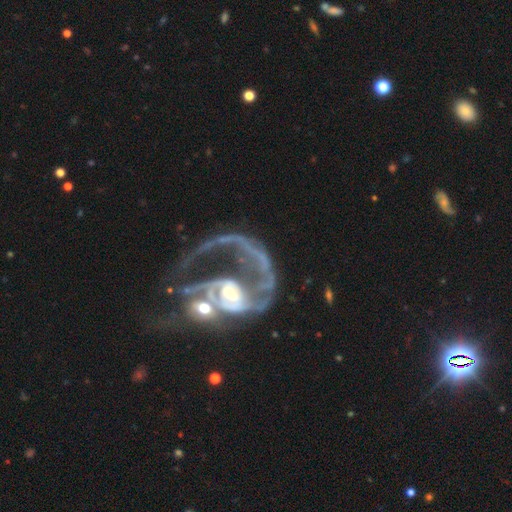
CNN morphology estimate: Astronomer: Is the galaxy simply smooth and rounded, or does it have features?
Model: featured or disk — 86%.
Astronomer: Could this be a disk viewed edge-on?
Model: no — 98%.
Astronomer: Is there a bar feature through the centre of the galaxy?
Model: no — 50% (runner-up: weak, 33%).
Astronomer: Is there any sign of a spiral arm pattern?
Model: yes — 85%.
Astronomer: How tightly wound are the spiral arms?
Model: medium — 42% (runner-up: loose, 37%).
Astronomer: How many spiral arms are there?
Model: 1 — 50% (runner-up: 2, 30%).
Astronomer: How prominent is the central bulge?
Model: moderate — 49% (runner-up: small, 36%).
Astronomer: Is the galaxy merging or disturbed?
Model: merger — 39% (runner-up: major disturbance, 35%).